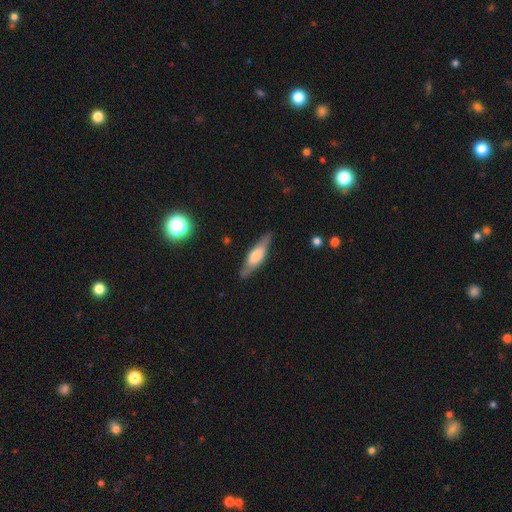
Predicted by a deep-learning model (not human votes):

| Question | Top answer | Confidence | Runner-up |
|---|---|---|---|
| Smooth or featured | smooth | 49% | featured or disk (45%) |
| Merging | none | 84% | minor disturbance (12%) |